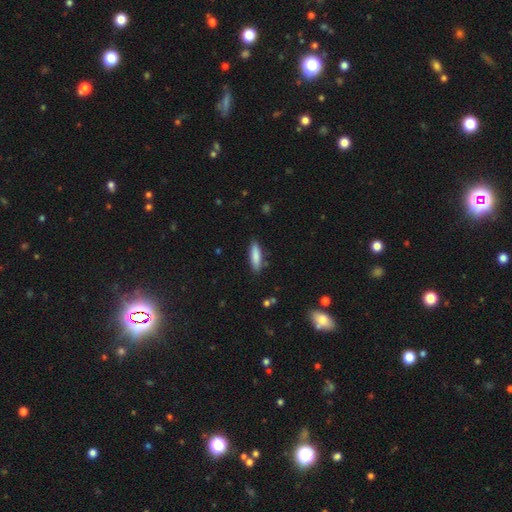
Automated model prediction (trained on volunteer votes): Q: Smooth or featured?
A: smooth (84%); runner-up: featured or disk (10%)
Q: How rounded?
A: cigar-shaped (62%); runner-up: in between (36%)
Q: Merging?
A: none (86%); runner-up: minor disturbance (10%)